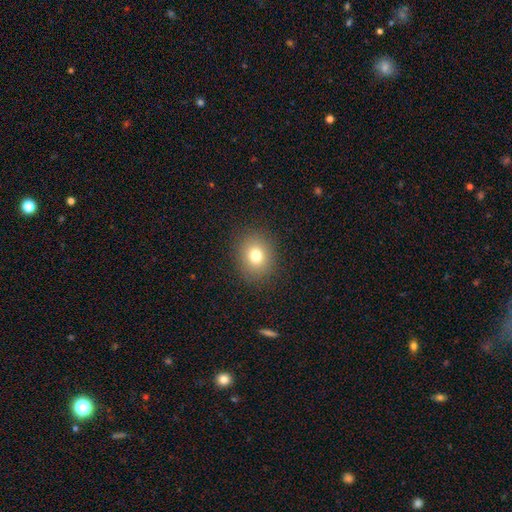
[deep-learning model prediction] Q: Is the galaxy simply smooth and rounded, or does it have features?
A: smooth — 77%.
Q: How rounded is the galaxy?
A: round — 71%.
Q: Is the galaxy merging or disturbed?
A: none — 89%.